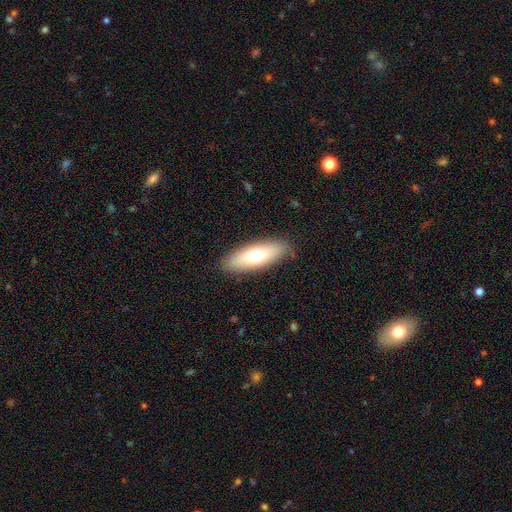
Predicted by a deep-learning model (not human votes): Smooth or featured? Predicted: smooth (p=0.67). How rounded? Predicted: in between (p=0.66). Merging? Predicted: none (p=0.84).